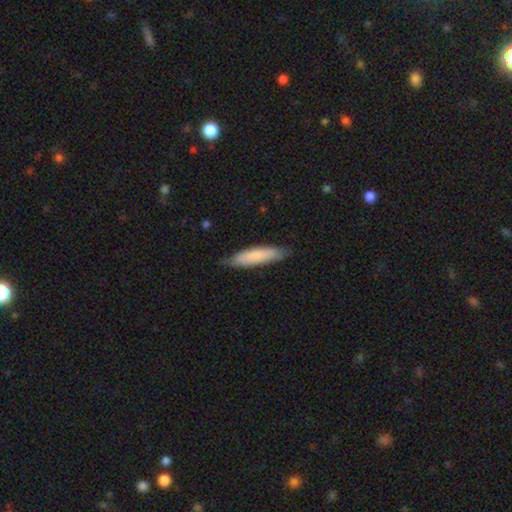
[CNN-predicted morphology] This appears to be a smooth galaxy with no disk features (79%) that is cigar-shaped (77%). Merging: none (79%).